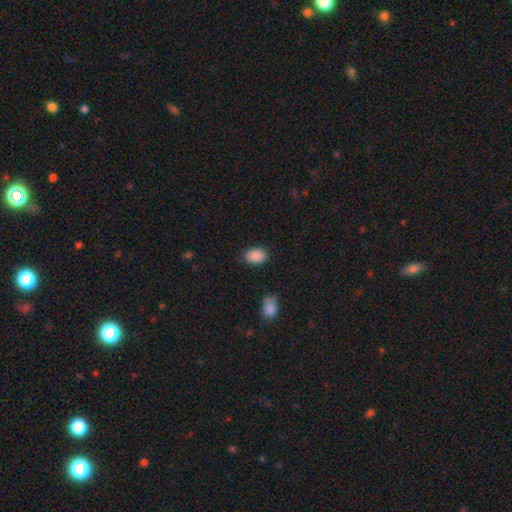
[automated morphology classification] Smooth or featured: smooth — 89% (star or artifact — 8%)
How rounded: in between — 79% (round — 20%)
Merging: none — 85% (minor disturbance — 10%)